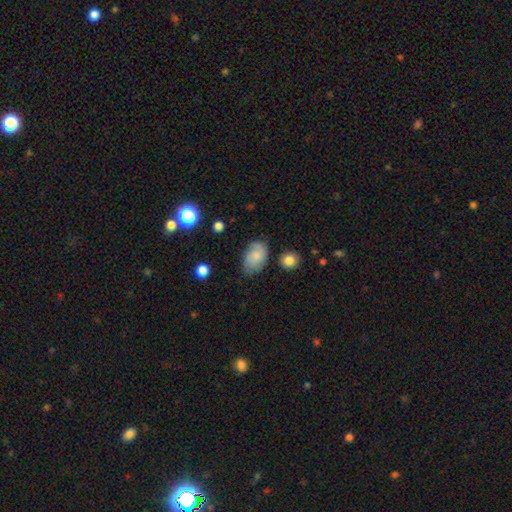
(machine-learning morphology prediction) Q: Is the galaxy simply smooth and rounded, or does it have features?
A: smooth — 72%.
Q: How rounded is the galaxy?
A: in between — 87%.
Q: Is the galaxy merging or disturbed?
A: none — 66%.